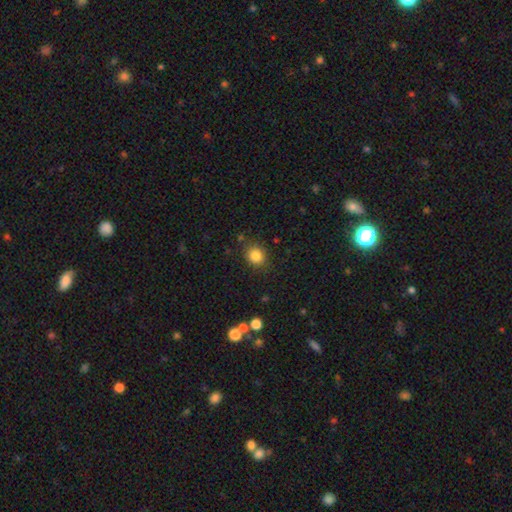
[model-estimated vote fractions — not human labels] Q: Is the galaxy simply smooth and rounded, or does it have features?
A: smooth — 84%.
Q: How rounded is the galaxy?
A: round — 73%.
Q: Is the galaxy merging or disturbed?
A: none — 84%.